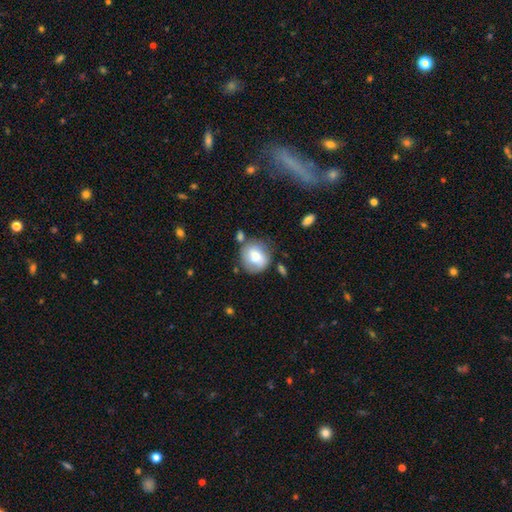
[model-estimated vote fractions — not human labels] Smooth or featured: smooth — 62% (featured or disk — 30%)
How rounded: round — 80% (in between — 19%)
Merging: none — 62% (minor disturbance — 21%)